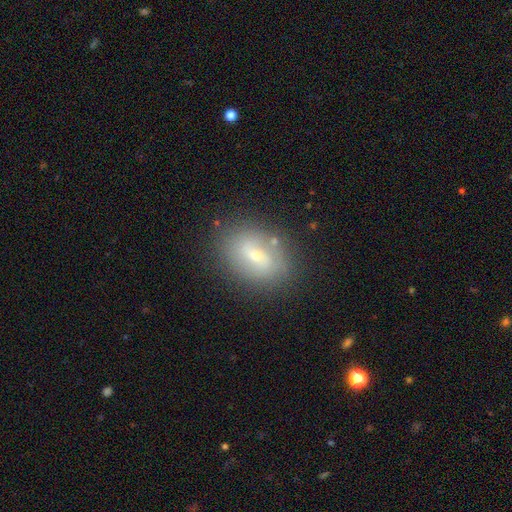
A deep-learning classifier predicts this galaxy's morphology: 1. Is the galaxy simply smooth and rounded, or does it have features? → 50% featured or disk, 39% smooth, 11% star or artifact.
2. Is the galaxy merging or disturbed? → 82% none, 12% minor disturbance, 4% major disturbance, 3% merger.